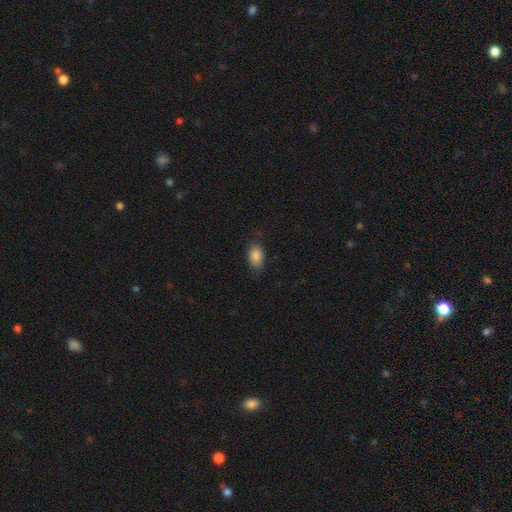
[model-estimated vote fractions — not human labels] Smooth or featured? Predicted: smooth (p=0.86). How rounded? Predicted: in between (p=0.89). Merging? Predicted: none (p=0.78).